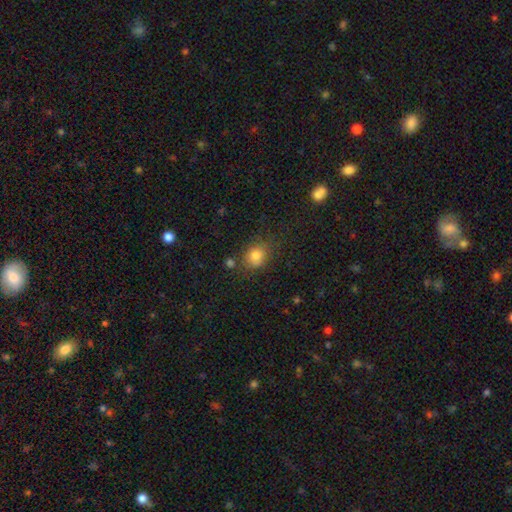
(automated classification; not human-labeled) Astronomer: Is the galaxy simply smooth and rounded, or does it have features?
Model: smooth — 81%.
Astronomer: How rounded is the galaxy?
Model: round — 60% (runner-up: in between, 39%).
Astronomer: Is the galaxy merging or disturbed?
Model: none — 68%.